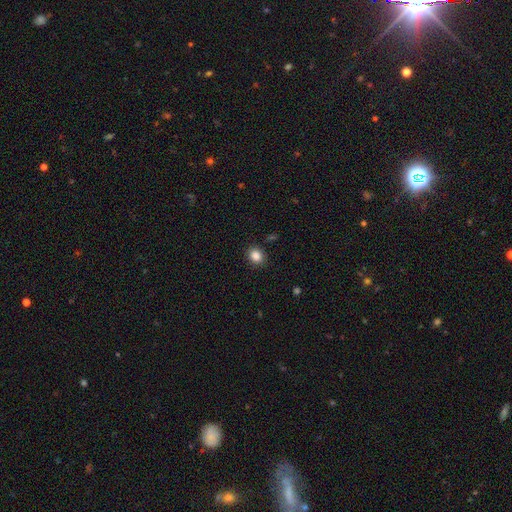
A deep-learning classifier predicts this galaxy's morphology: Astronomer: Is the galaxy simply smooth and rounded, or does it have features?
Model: smooth — 86%.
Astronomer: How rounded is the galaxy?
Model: round — 60% (runner-up: in between, 39%).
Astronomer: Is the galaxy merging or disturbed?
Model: none — 88%.